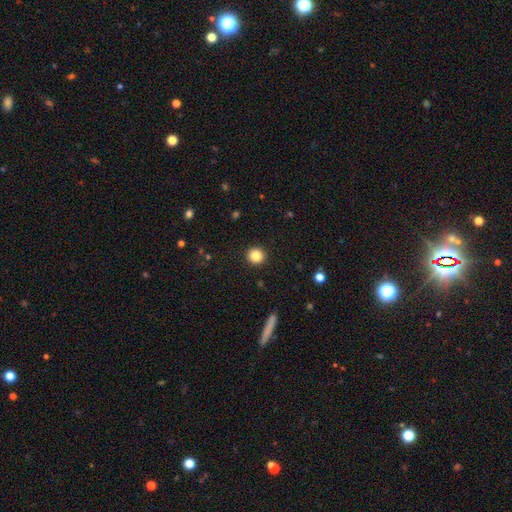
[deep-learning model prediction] smooth-or-featured: smooth: 84% | star or artifact: 11% | featured or disk: 5%
  how-rounded: round: 94% | in between: 5% | cigar-shaped: 1%
  merging: none: 93% | minor disturbance: 4% | major disturbance: 2% | merger: 1%